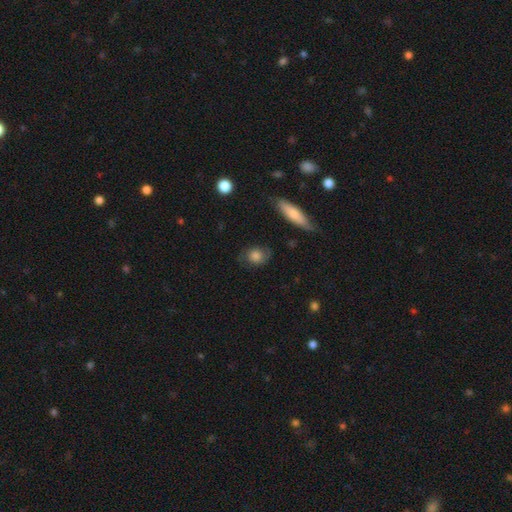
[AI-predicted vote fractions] smooth_or_featured: smooth (p=0.68) [alt: featured or disk p=0.23]
how_rounded: round (p=0.51) [alt: in between p=0.46]
merging: none (p=0.71) [alt: minor disturbance p=0.20]